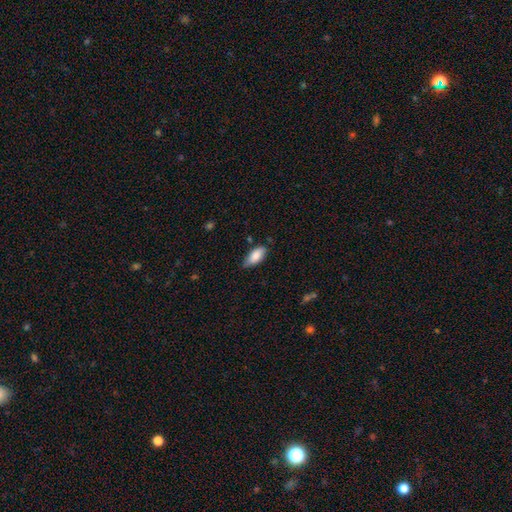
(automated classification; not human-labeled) The model was most divided on "merging": none: 70%, minor disturbance: 25%, major disturbance: 4%, merger: 2%. More confident: how rounded — in between (88%); smooth or featured — smooth (84%).